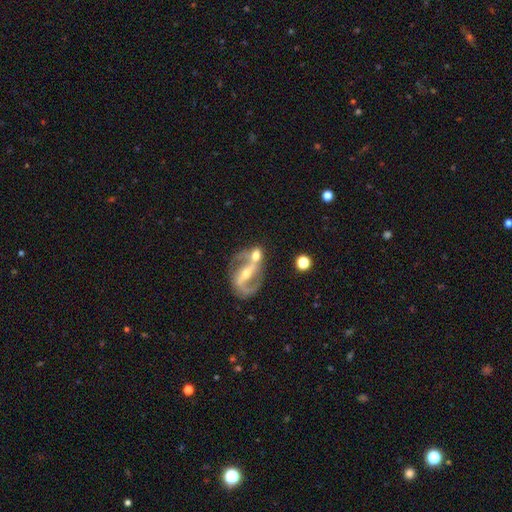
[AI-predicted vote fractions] Smooth or featured?
  - featured or disk: 82% *
  - smooth: 11%
  - star or artifact: 7%
Edge-on disk?
  - no: 95% *
  - yes: 5%
Bar?
  - strong: 60% *
  - weak: 26%
  - no: 13%
Spiral arms?
  - yes: 88% *
  - no: 12%
Spiral winding?
  - medium: 49% *
  - loose: 35%
  - tight: 16%
Spiral arm count?
  - 2: 88% *
  - 1: 5%
  - can't tell: 4%
  - 3: 1%
  - 4: 1%
  - more than 4: 1%
Bulge size?
  - moderate: 53% *
  - small: 38%
  - large: 5%
  - none: 3%
  - dominant: 1%
Merging?
  - none: 48% *
  - merger: 31%
  - minor disturbance: 13%
  - major disturbance: 8%